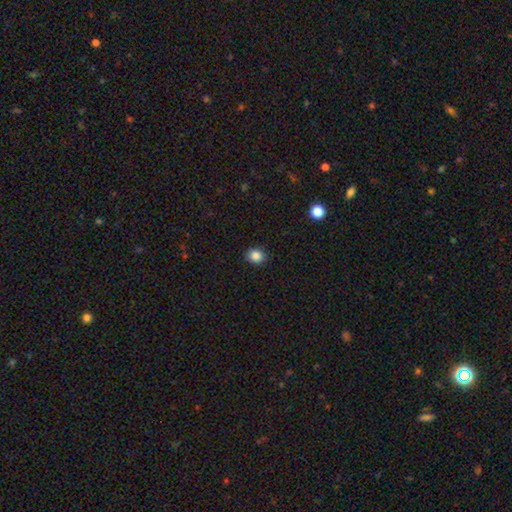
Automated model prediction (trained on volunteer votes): Smooth or featured: smooth — 86% (star or artifact — 10%)
How rounded: round — 69% (in between — 30%)
Merging: none — 91% (minor disturbance — 7%)